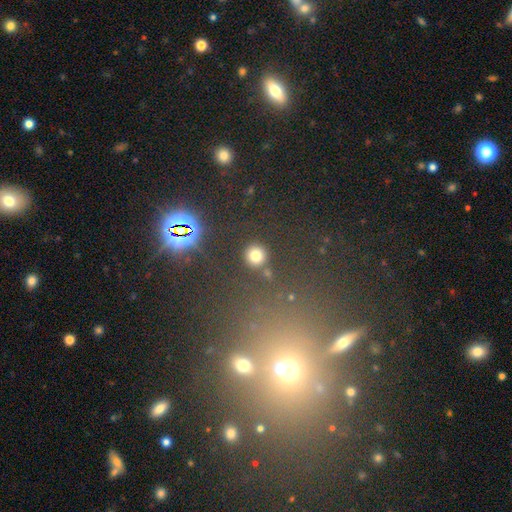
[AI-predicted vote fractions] smooth 75%, star or artifact 19%, featured or disk 6%. Down the decision tree: how rounded — round (93%); merging — none (85%).